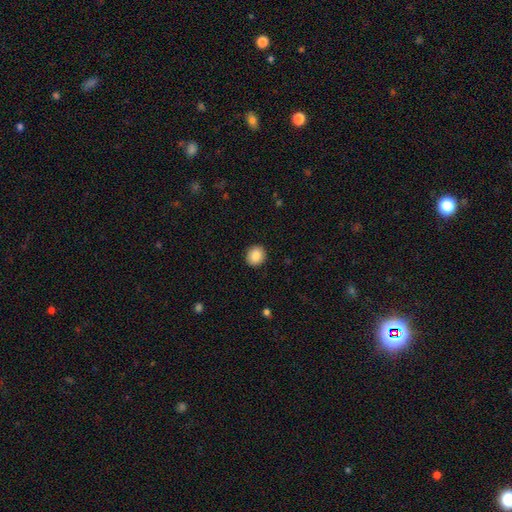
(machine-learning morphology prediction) Smooth or featured? smooth (86%)
How rounded? round (85%)
Merging? none (91%)